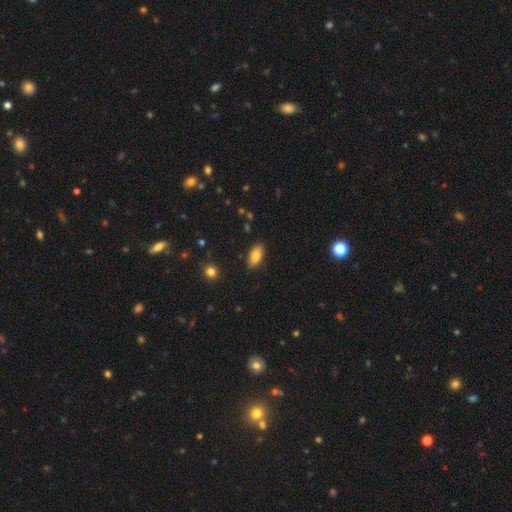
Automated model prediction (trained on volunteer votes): Overall: smooth (82%). How rounded: in between (92%). Merging: none (86%).